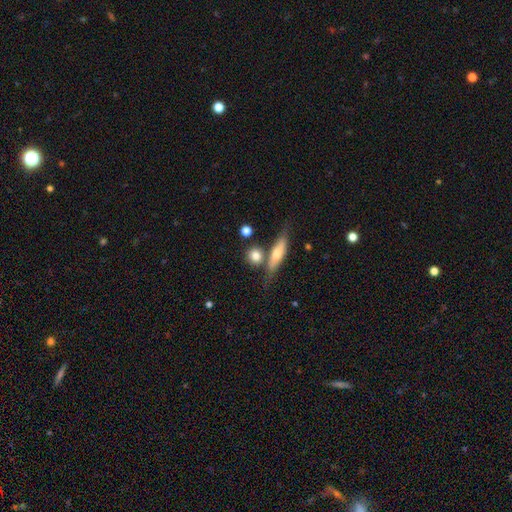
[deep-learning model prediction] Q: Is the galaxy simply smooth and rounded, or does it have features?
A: smooth — 76%.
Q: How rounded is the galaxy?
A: round — 63%.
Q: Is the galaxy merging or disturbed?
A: none — 62%.